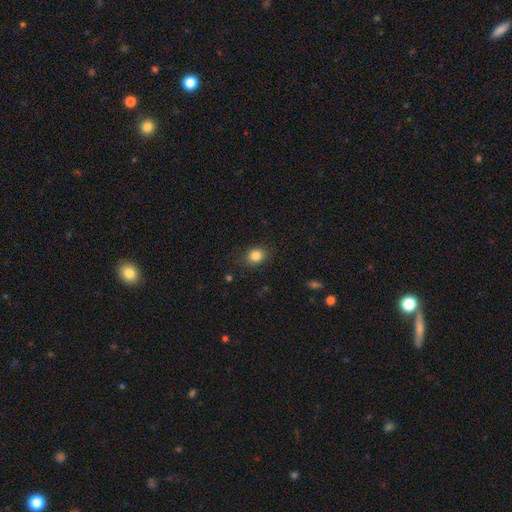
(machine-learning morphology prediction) Overall: smooth (84%). How rounded: round (65%; in between 34%). Merging: none (84%).